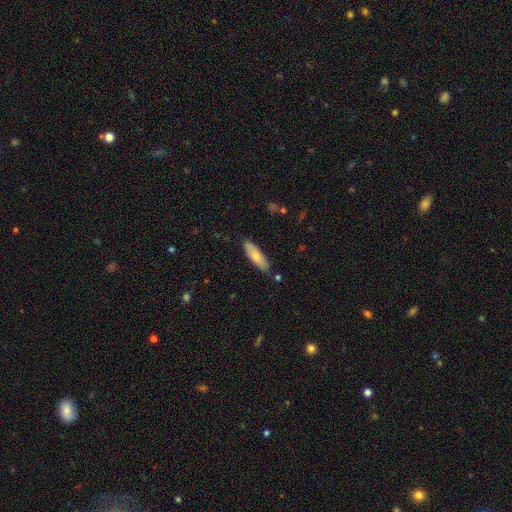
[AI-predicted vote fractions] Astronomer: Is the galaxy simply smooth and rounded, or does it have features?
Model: smooth — 75%.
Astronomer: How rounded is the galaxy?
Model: cigar-shaped — 50% (runner-up: in between, 48%).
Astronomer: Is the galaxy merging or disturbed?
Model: none — 84%.